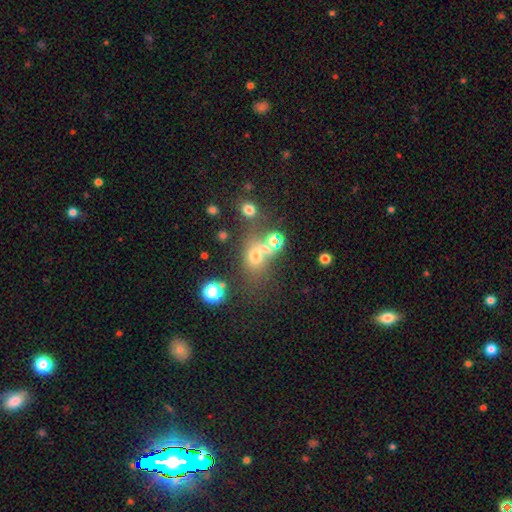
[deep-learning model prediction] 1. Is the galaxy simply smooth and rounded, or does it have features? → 60% smooth, 24% star or artifact, 15% featured or disk.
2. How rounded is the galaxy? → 58% round, 40% in between, 2% cigar-shaped.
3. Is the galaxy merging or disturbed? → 48% none, 30% merger, 13% minor disturbance, 9% major disturbance.